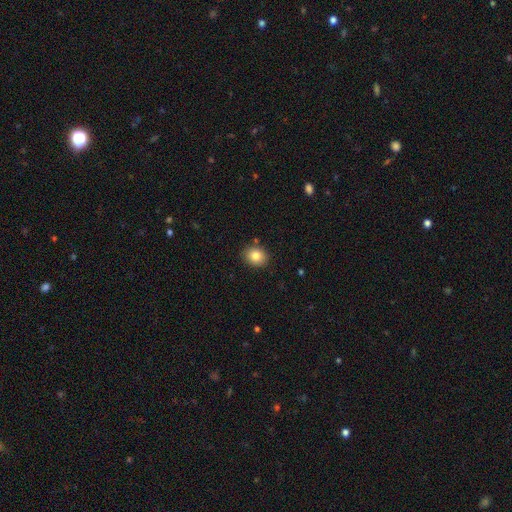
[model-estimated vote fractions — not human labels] smooth-or-featured: smooth: 83% | star or artifact: 9% | featured or disk: 7%
  how-rounded: round: 62% | in between: 37% | cigar-shaped: 1%
  merging: none: 87% | minor disturbance: 9% | merger: 2% | major disturbance: 2%